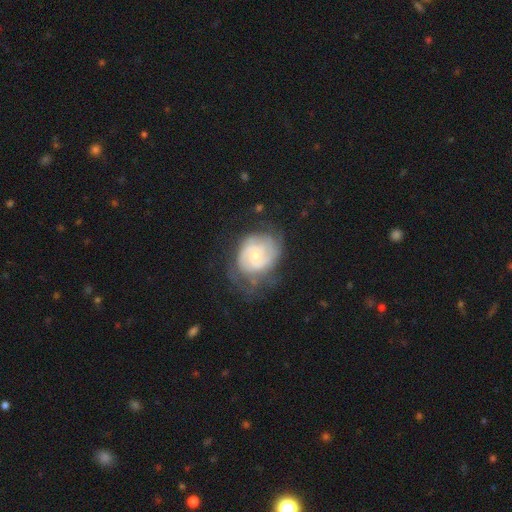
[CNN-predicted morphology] Smooth or featured? Predicted: featured or disk (p=0.78). Edge-on disk? Predicted: no (p=0.98). Bar? Predicted: no (p=0.65). Spiral arms? Predicted: yes (p=0.92). Spiral winding? Predicted: tight (p=0.61). Spiral arm count? Predicted: 2 (p=0.43). Bulge size? Predicted: small (p=0.63). Merging? Predicted: none (p=0.57).